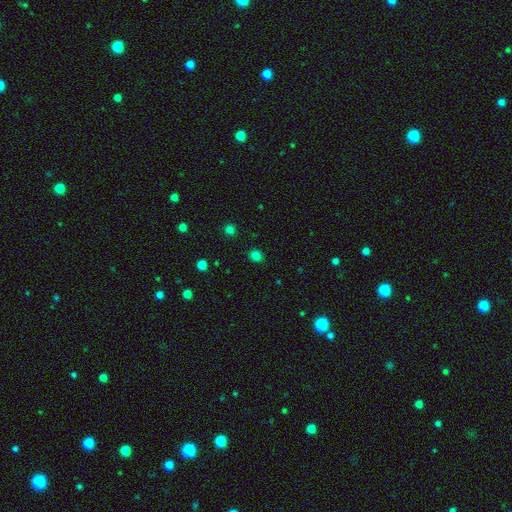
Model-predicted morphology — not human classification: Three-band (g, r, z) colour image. It shows a smooth galaxy with no disk features (80%) that is round (76%). Merging: none (89%).